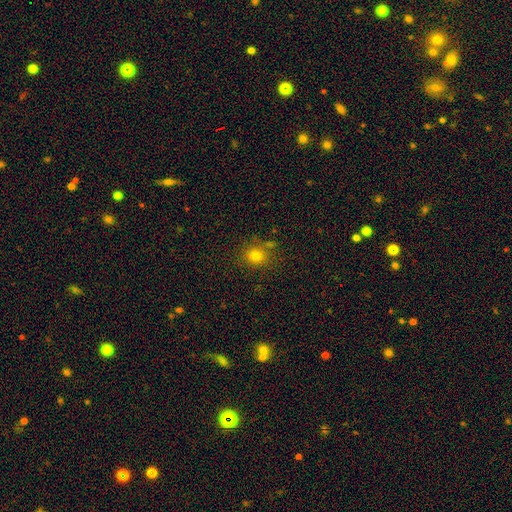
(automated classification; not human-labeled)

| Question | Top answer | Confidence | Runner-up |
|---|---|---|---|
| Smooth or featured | smooth | 77% | star or artifact (16%) |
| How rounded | round | 77% | in between (22%) |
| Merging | none | 76% | minor disturbance (12%) |